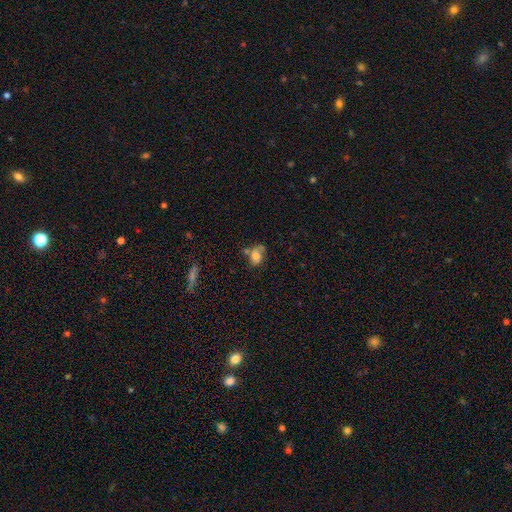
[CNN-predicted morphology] A smooth galaxy with no disk features (63%) that is in between round and cigar-shaped (71%). Merging: none (42%).